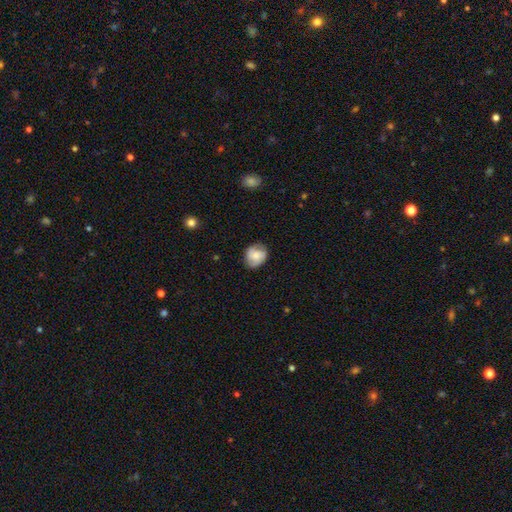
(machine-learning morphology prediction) A smooth galaxy with no disk features (58%) that is round (64%).

Vote fractions:
- Smooth or featured? smooth: 58% / featured or disk: 34% / star or artifact: 8%
- How rounded? round: 64% / in between: 35% / cigar-shaped: 1%
- Merging? none: 75% / minor disturbance: 19% / major disturbance: 5% / merger: 1%